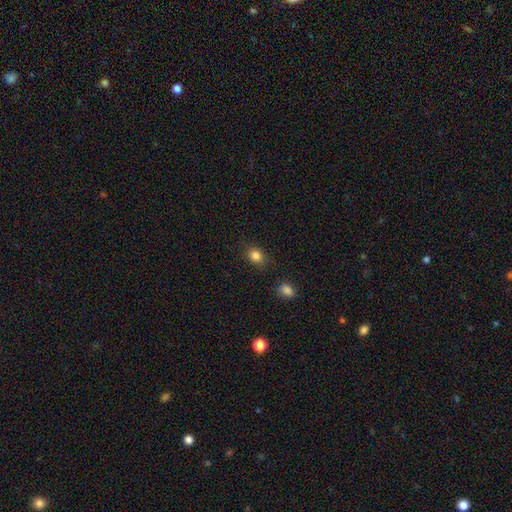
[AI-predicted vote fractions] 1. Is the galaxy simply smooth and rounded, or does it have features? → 84% smooth, 11% star or artifact, 5% featured or disk.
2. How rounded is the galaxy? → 54% round, 45% in between, 1% cigar-shaped.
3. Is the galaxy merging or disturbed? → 83% none, 11% minor disturbance, 3% major disturbance, 3% merger.